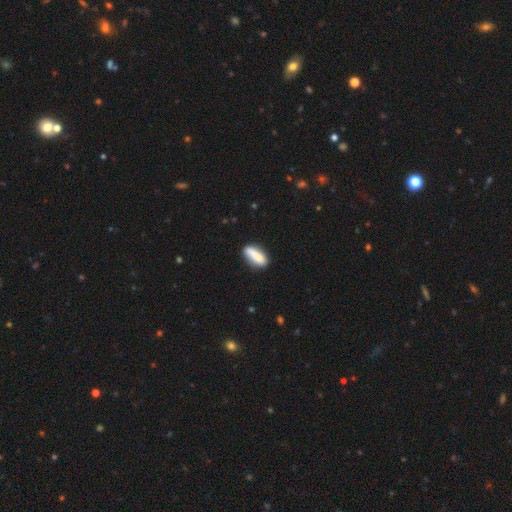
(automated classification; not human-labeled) The model was most divided on "how rounded": in between: 60%, cigar-shaped: 37%, round: 2%. More confident: smooth or featured — smooth (83%); merging — none (79%).